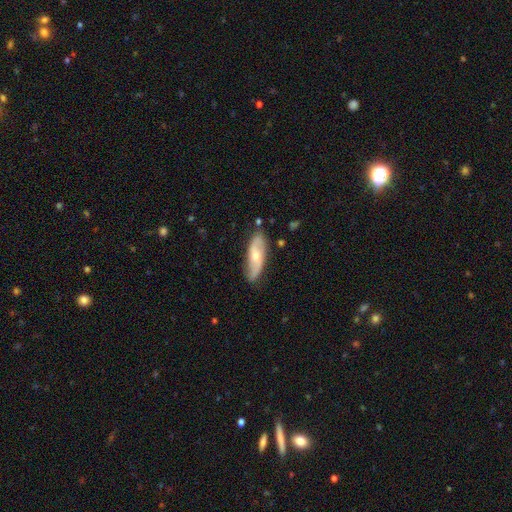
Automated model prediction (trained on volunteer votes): Smooth or featured: featured or disk — 66% (smooth — 28%)
Edge-on disk: no — 81% (yes — 19%)
Bar: no — 62% (weak — 28%)
Spiral arms: yes — 86% (no — 14%)
Bulge size: moderate — 50% (small — 46%)
Merging: none — 82% (minor disturbance — 14%)